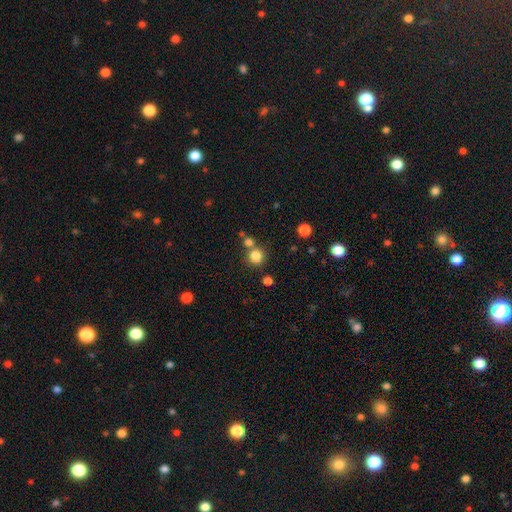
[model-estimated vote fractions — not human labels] Smooth or featured?
  - smooth: 81% *
  - star or artifact: 13%
  - featured or disk: 6%
How rounded?
  - round: 90% *
  - in between: 9%
  - cigar-shaped: 1%
Merging?
  - none: 65% *
  - merger: 22%
  - minor disturbance: 9%
  - major disturbance: 4%